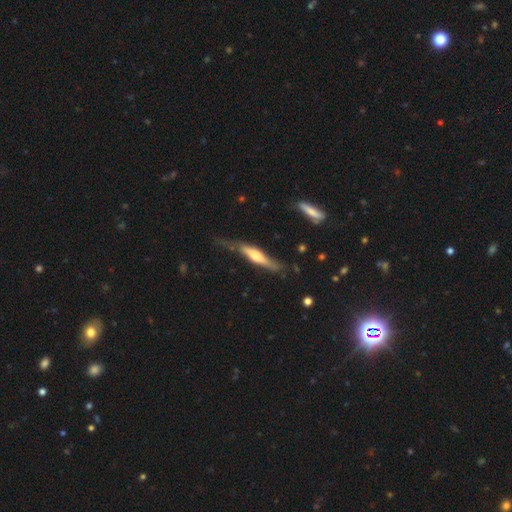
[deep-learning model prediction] smooth_or_featured: featured or disk (p=0.57) [alt: smooth p=0.37]
disk_edge_on: yes (p=0.83) [alt: no p=0.17]
merging: none (p=0.47) [alt: minor disturbance p=0.31]